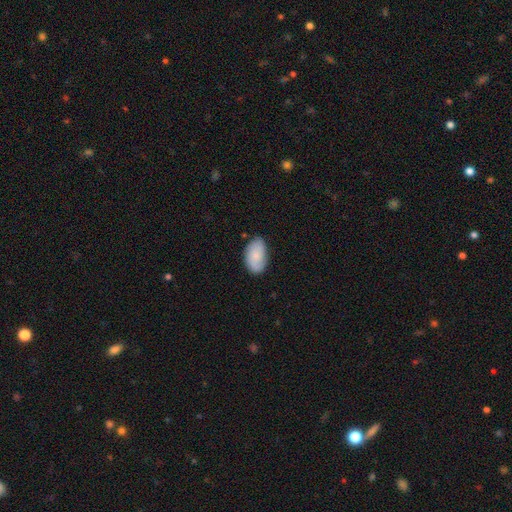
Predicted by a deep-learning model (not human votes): Smooth or featured?
  - smooth: 72% *
  - featured or disk: 22%
  - star or artifact: 6%
How rounded?
  - in between: 93% *
  - round: 5%
  - cigar-shaped: 1%
Merging?
  - none: 72% *
  - minor disturbance: 21%
  - major disturbance: 5%
  - merger: 2%